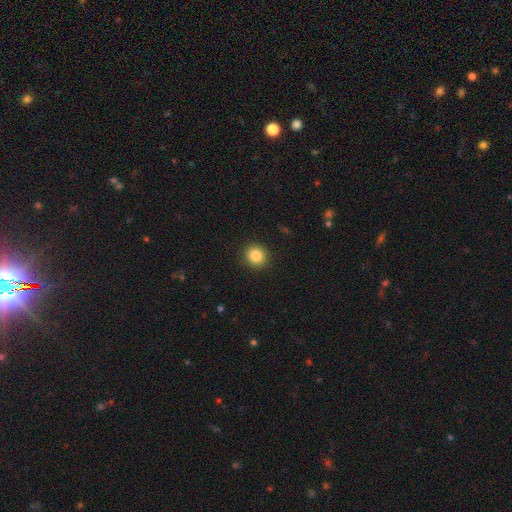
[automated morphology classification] A smooth galaxy with no disk features (85%) that is round (88%).

Vote fractions:
- Smooth or featured? smooth: 85% / star or artifact: 10% / featured or disk: 5%
- How rounded? round: 88% / in between: 11% / cigar-shaped: 1%
- Merging? none: 92% / minor disturbance: 6% / major disturbance: 2% / merger: 1%